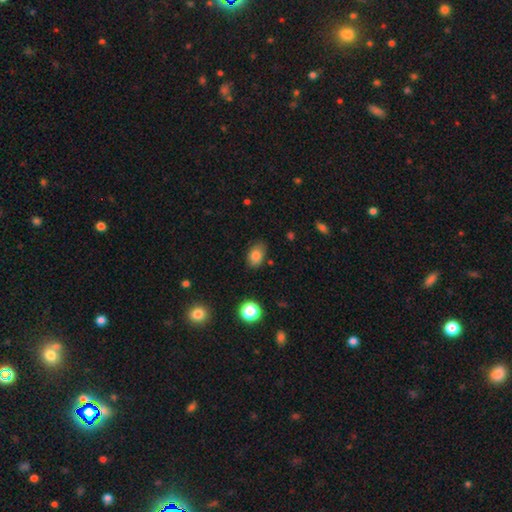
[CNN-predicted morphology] The model was most divided on "merging": none: 77%, minor disturbance: 17%, major disturbance: 3%, merger: 2%. More confident: how rounded — in between (83%); smooth or featured — smooth (81%).